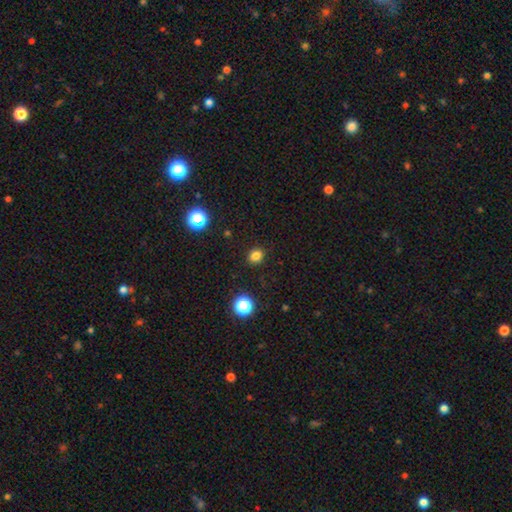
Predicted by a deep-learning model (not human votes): smooth 80%, star or artifact 16%, featured or disk 5%. Down the decision tree: how rounded — round (76%); merging — none (89%).